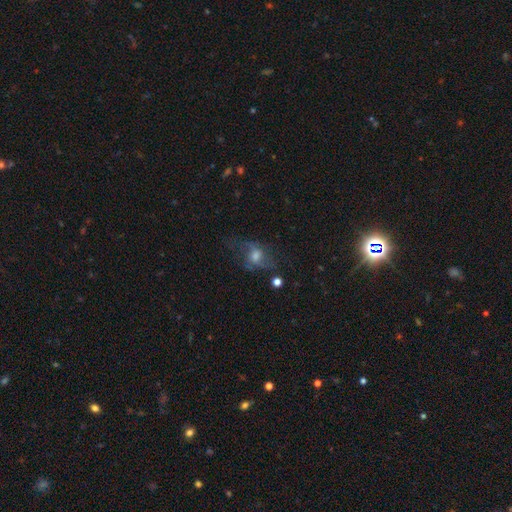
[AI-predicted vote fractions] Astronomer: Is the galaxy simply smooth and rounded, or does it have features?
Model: featured or disk — 48% (runner-up: smooth, 35%).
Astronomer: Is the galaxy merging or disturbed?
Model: none — 50% (runner-up: major disturbance, 27%).